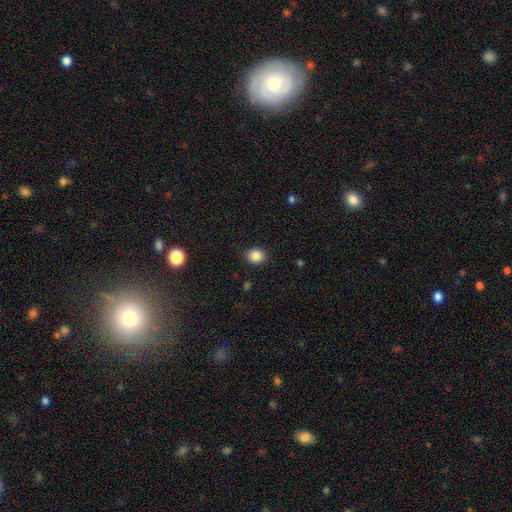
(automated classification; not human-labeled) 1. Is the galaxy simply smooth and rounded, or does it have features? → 86% smooth, 10% star or artifact, 4% featured or disk.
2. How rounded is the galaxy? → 69% round, 30% in between, 1% cigar-shaped.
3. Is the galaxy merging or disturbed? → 89% none, 8% minor disturbance, 2% major disturbance, 1% merger.